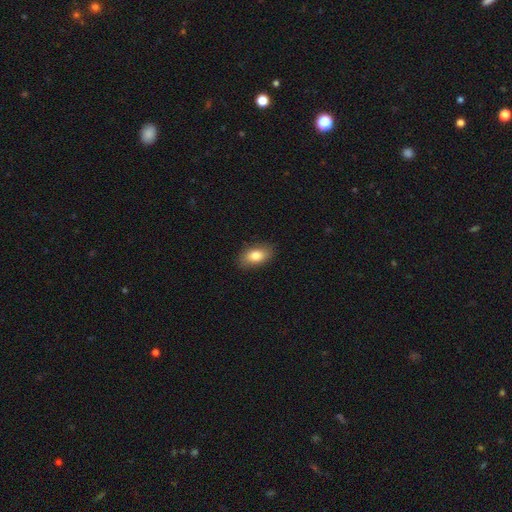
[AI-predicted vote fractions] The model was most divided on "smooth or featured": smooth: 81%, featured or disk: 12%, star or artifact: 7%. More confident: how rounded — in between (90%); merging — none (86%).